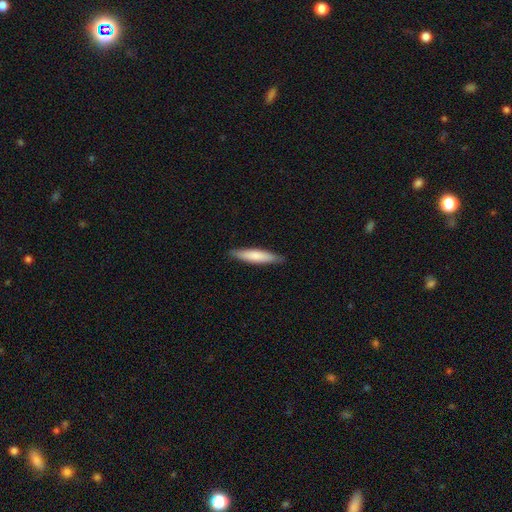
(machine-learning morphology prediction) This is likely a smooth galaxy (74%). How rounded: clearly cigar-shaped (85%). Merging: clearly none (88%).